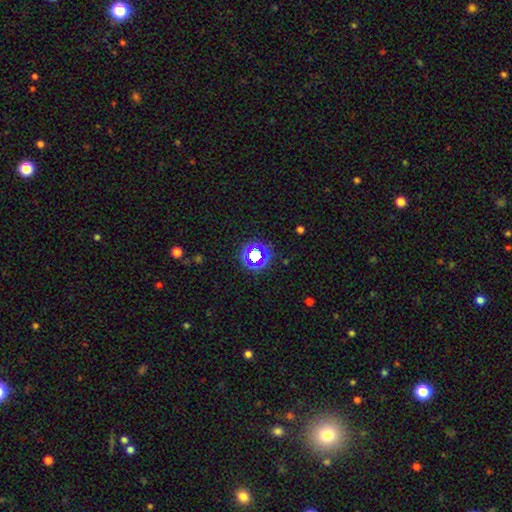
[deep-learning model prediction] Smooth or featured?
  - star or artifact: 69% *
  - smooth: 21%
  - featured or disk: 9%